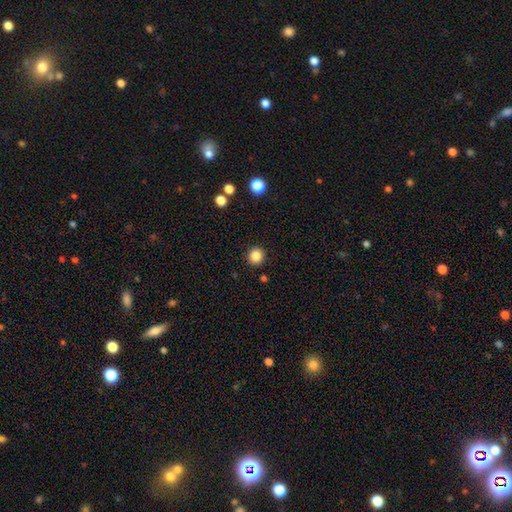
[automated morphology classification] Smooth or featured? smooth (85%)
How rounded? round (93%)
Merging? none (91%)